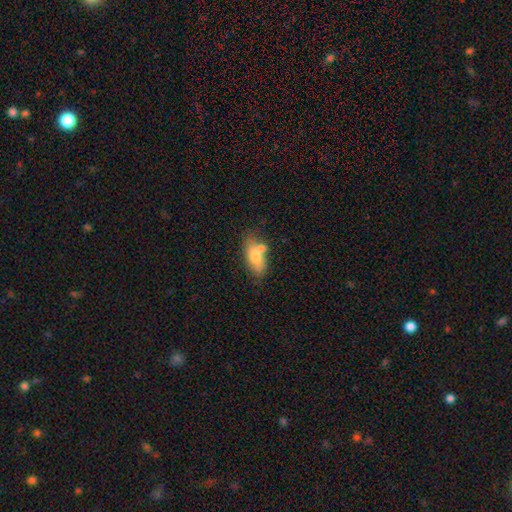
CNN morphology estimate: Q: Smooth or featured?
A: smooth (71%); runner-up: featured or disk (21%)
Q: How rounded?
A: in between (84%); runner-up: cigar-shaped (12%)
Q: Merging?
A: none (46%); runner-up: merger (27%)